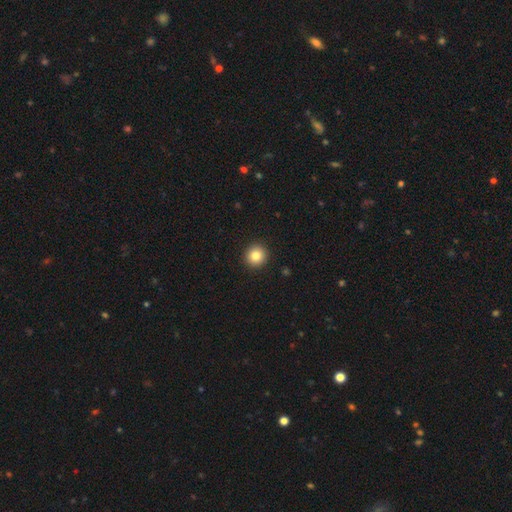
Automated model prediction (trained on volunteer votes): Smooth or featured: smooth — 84% (star or artifact — 10%)
How rounded: round — 93% (in between — 6%)
Merging: none — 93% (minor disturbance — 5%)